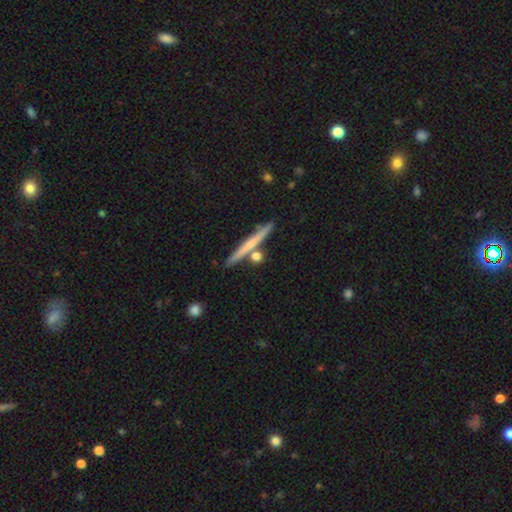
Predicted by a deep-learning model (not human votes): Morphology: type=smooth (56%); roundness=cigar-shaped (64%); merging=none (74%).